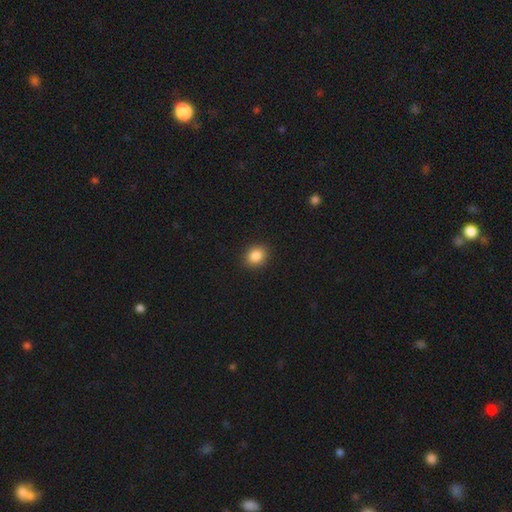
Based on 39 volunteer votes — smooth_or_featured: smooth (p=0.85) [alt: star or artifact p=0.10]
how_rounded: round (p=0.76) [alt: in between p=0.24]
merging: none (p=0.91) [alt: major disturbance p=0.06]